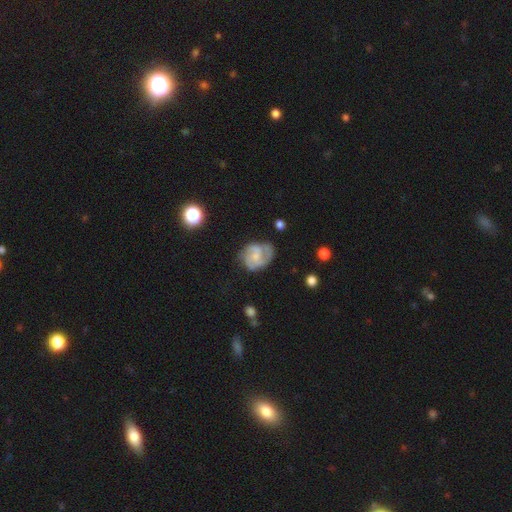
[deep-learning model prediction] Morphology: type=featured or disk (76%); edge-on=no (98%); bar=no (49%); spiral arms=yes (93%); winding=medium (51%); arm count=2 (53%); bulge=small (48%); merging=none (61%).